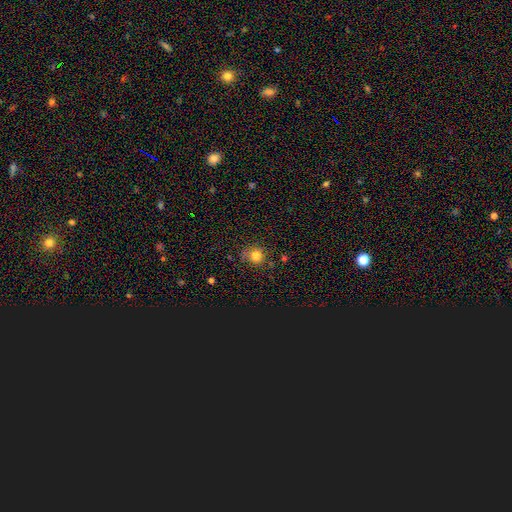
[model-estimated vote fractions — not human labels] The model was most divided on "merging": none: 75%, minor disturbance: 17%, major disturbance: 5%, merger: 3%. More confident: how rounded — round (86%); smooth or featured — smooth (80%).